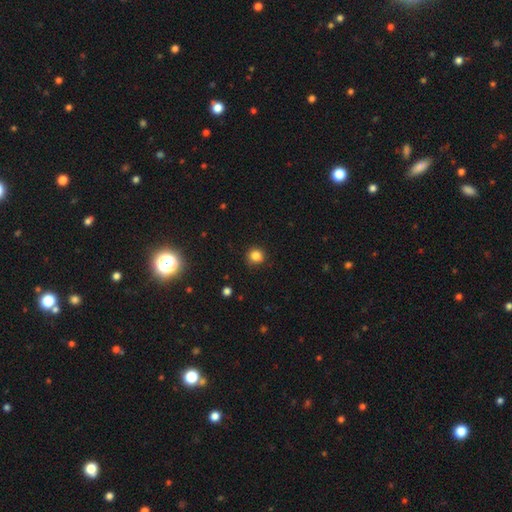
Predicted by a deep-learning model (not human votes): Q: Smooth or featured?
A: smooth (83%); runner-up: star or artifact (12%)
Q: How rounded?
A: round (91%); runner-up: in between (8%)
Q: Merging?
A: none (89%); runner-up: minor disturbance (8%)